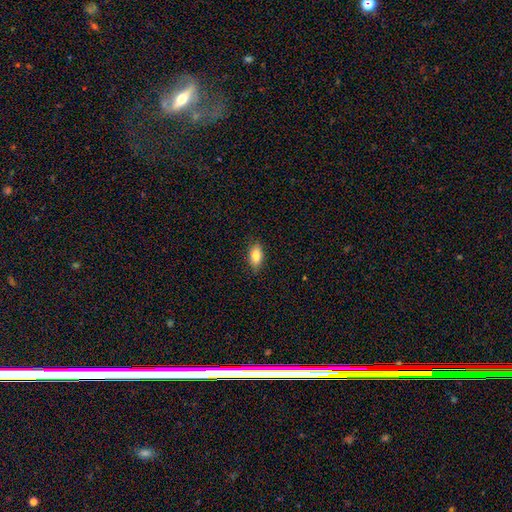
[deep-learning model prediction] smooth 83%, featured or disk 10%, star or artifact 7%. Down the decision tree: how rounded — in between (89%); merging — none (86%).